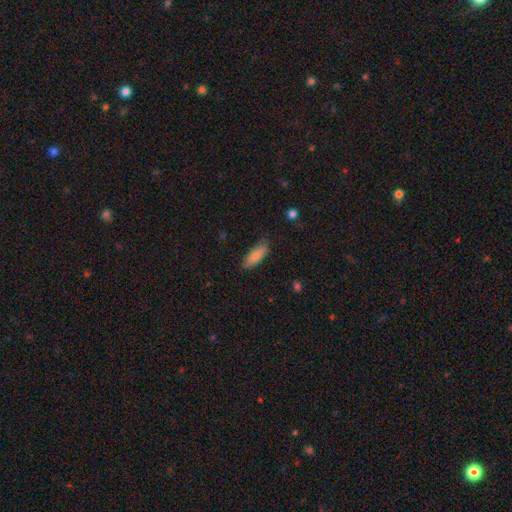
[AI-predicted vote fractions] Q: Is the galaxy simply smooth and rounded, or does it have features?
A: smooth — 83%.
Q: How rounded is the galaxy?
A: in between — 67%.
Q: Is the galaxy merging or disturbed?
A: none — 74%.